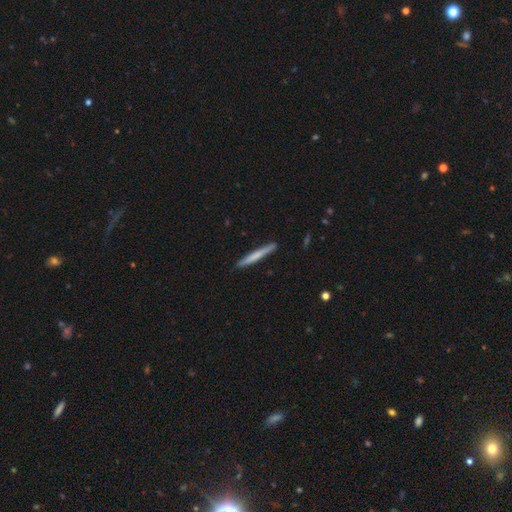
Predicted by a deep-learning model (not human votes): Smooth or featured: smooth — 65% (featured or disk — 30%)
How rounded: cigar-shaped — 97% (in between — 2%)
Merging: none — 90% (minor disturbance — 8%)